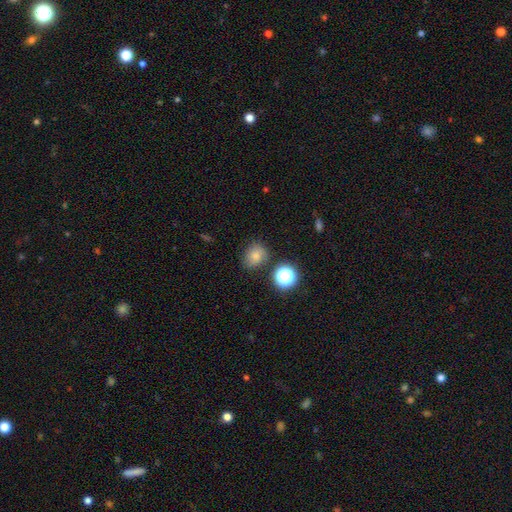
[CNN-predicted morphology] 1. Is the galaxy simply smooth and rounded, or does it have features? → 74% smooth, 16% star or artifact, 10% featured or disk.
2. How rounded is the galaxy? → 61% round, 38% in between, 1% cigar-shaped.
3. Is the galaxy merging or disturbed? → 70% none, 19% minor disturbance, 5% major disturbance, 5% merger.